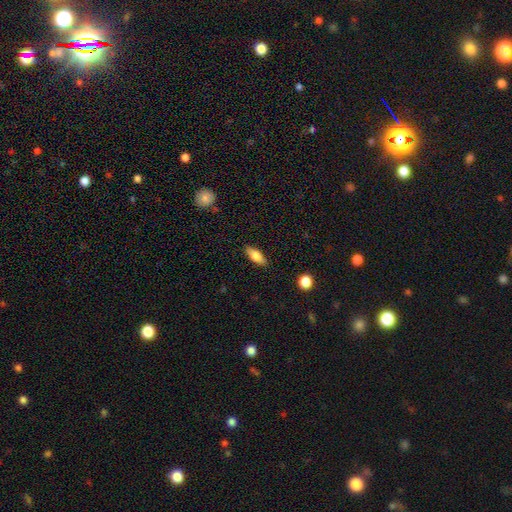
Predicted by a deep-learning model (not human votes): Overall: smooth (73%). How rounded: in between (73%). Merging: none (87%).